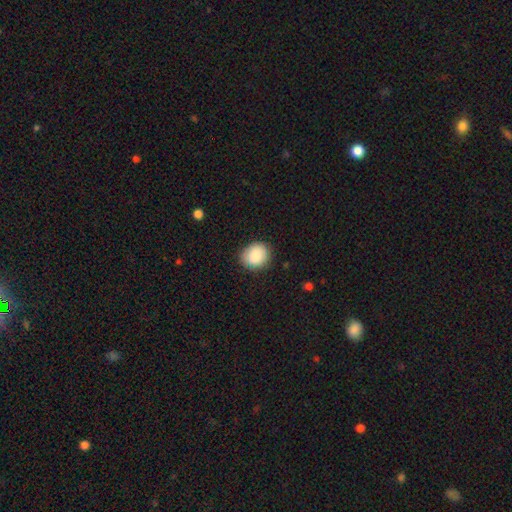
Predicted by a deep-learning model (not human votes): A smooth galaxy with no disk features (86%) that is round (74%).

Vote fractions:
- Smooth or featured? smooth: 86% / star or artifact: 8% / featured or disk: 7%
- How rounded? round: 74% / in between: 25% / cigar-shaped: 1%
- Merging? none: 83% / minor disturbance: 13% / major disturbance: 3% / merger: 1%